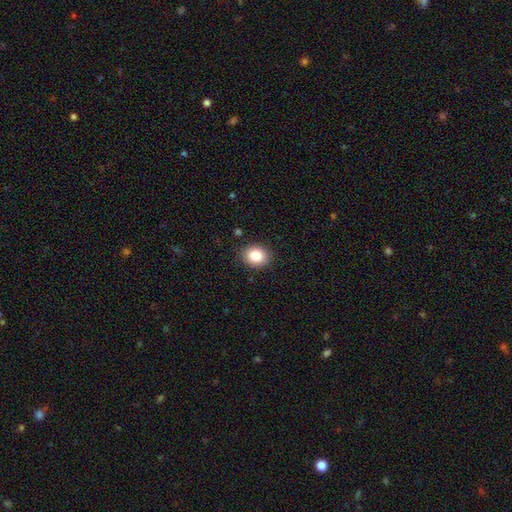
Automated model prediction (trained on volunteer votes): Smooth or featured?
  - smooth: 85% *
  - star or artifact: 9%
  - featured or disk: 6%
How rounded?
  - round: 59% *
  - in between: 40%
  - cigar-shaped: 1%
Merging?
  - none: 89% *
  - minor disturbance: 8%
  - major disturbance: 2%
  - merger: 1%